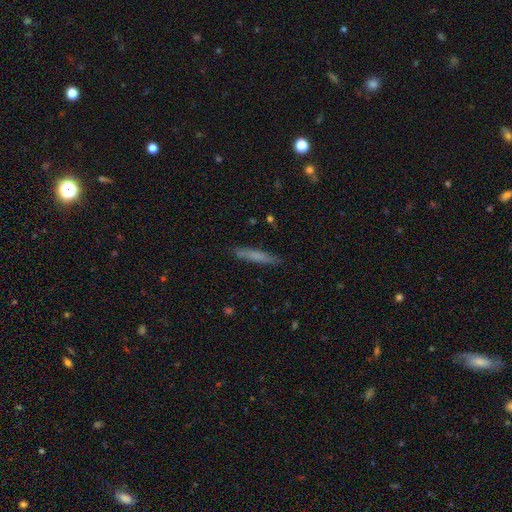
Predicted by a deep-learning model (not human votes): Overall: smooth (66%; featured or disk 27%). How rounded: cigar-shaped (94%). Merging: none (86%).